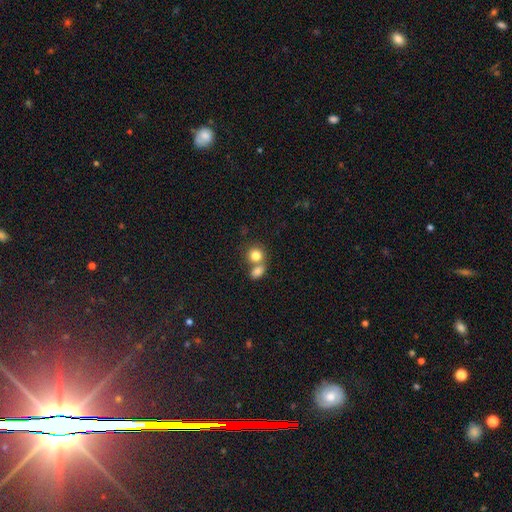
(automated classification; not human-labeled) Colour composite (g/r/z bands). It shows a smooth galaxy with no disk features (81%) that is round (74%). Merging: merger (49%).